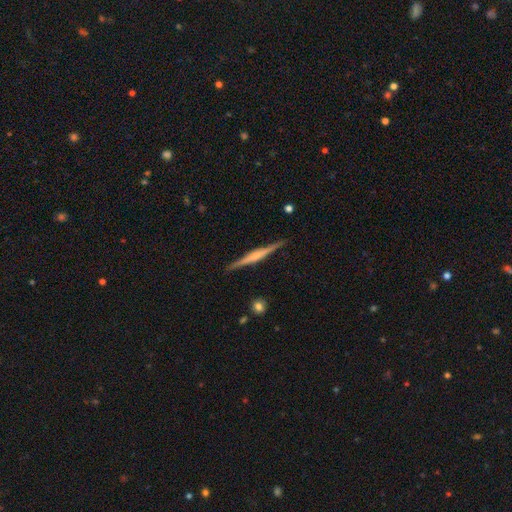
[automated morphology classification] This appears to be a featured or disk galaxy (75%) viewed edge-on (98%) with a rounded central bulge (54%). Merging: none (90%).